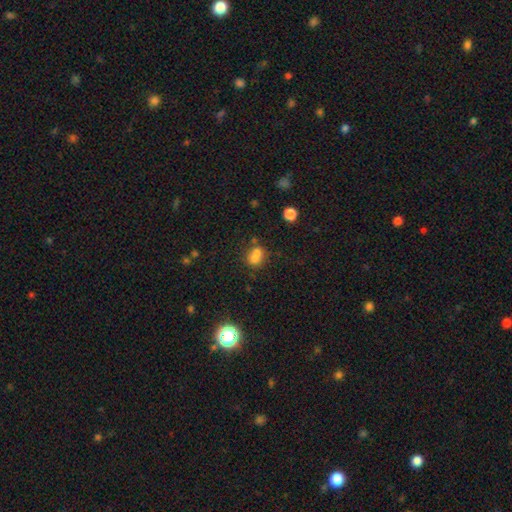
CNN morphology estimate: smooth_or_featured: smooth (p=0.67) [alt: featured or disk p=0.17]
how_rounded: round (p=0.63) [alt: in between p=0.36]
merging: merger (p=0.54) [alt: none p=0.33]